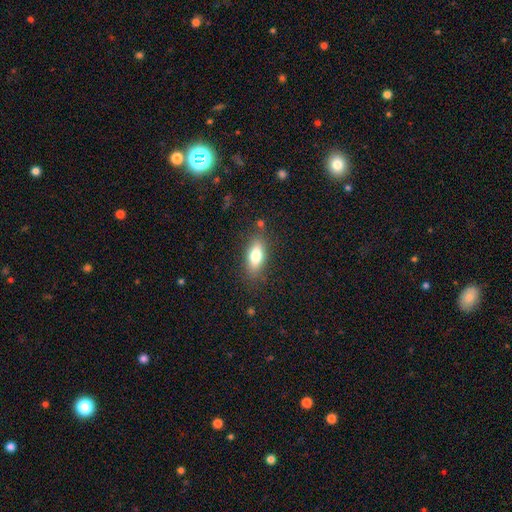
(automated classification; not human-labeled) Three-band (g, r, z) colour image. It shows a smooth galaxy with no disk features (76%) that is in between round and cigar-shaped (79%). Merging: none (82%).